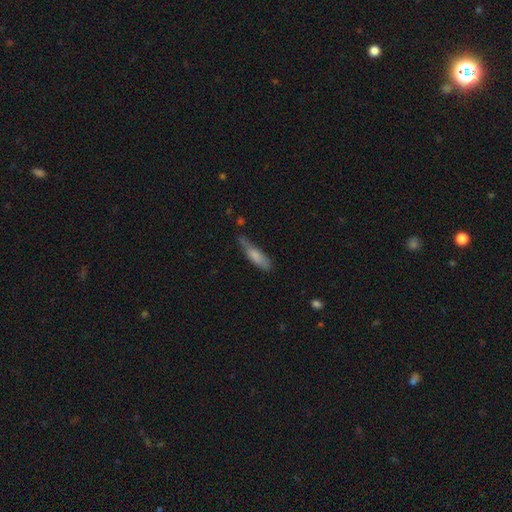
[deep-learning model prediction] Smooth or featured?
  - smooth: 75% *
  - featured or disk: 18%
  - star or artifact: 6%
How rounded?
  - cigar-shaped: 65% *
  - in between: 34%
  - round: 2%
Merging?
  - none: 49% *
  - minor disturbance: 36%
  - major disturbance: 10%
  - merger: 5%